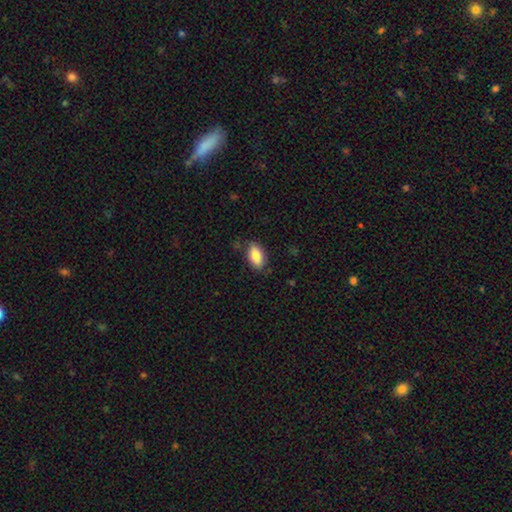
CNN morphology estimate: smooth-or-featured: smooth: 83% | featured or disk: 10% | star or artifact: 7%
  how-rounded: in between: 89% | cigar-shaped: 7% | round: 4%
  merging: none: 79% | minor disturbance: 16% | major disturbance: 3% | merger: 2%